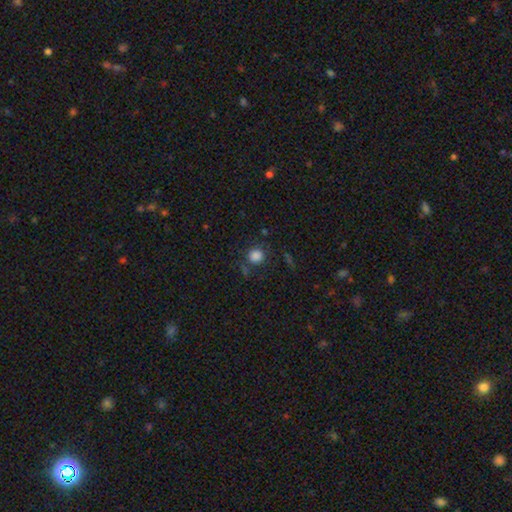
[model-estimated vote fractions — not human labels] smooth_or_featured: smooth (p=0.83) [alt: star or artifact p=0.12]
how_rounded: round (p=0.90) [alt: in between p=0.09]
merging: none (p=0.77) [alt: minor disturbance p=0.13]